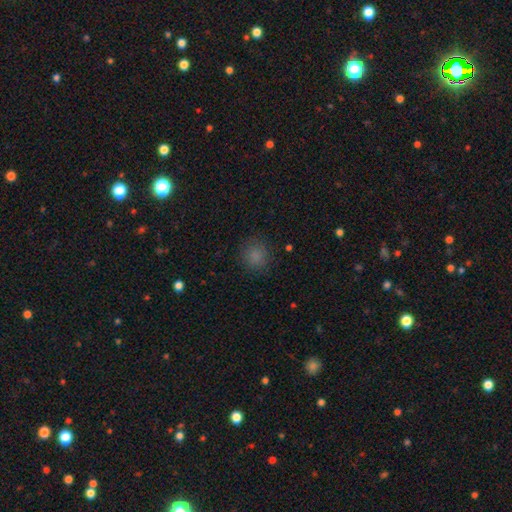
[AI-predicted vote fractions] Smooth or featured? Predicted: smooth (p=0.83). How rounded? Predicted: round (p=0.87). Merging? Predicted: none (p=0.85).